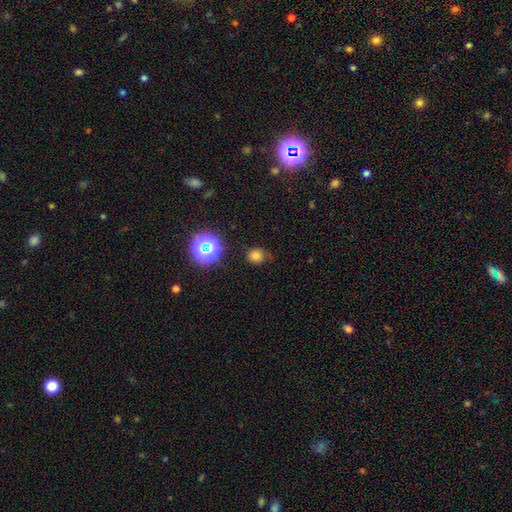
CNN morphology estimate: smooth 73%, star or artifact 20%, featured or disk 7%. Down the decision tree: how rounded — round (79%); merging — none (70%).